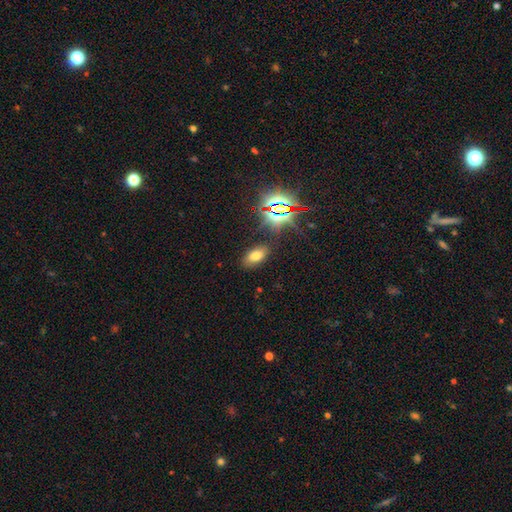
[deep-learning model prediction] Overall: smooth (66%). How rounded: in between (90%). Merging: none (86%).